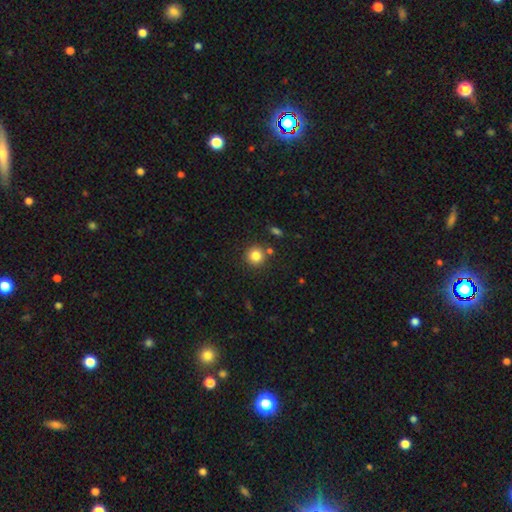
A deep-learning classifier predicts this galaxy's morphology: Smooth or featured? smooth (83%)
How rounded? round (94%)
Merging? none (82%)